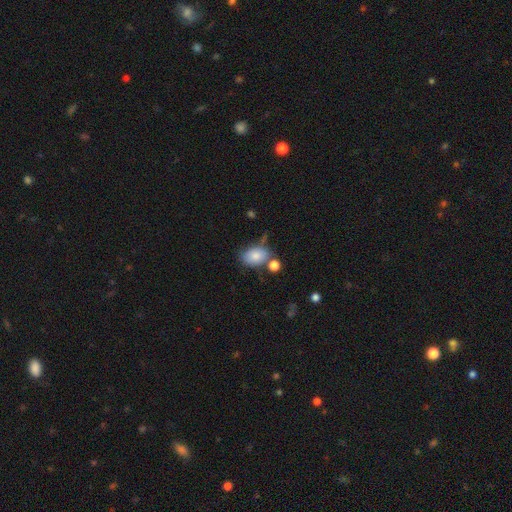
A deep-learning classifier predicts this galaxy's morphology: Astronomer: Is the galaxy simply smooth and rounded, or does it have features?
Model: smooth — 82%.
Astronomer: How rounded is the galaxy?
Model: in between — 83%.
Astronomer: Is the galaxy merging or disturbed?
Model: none — 59%.